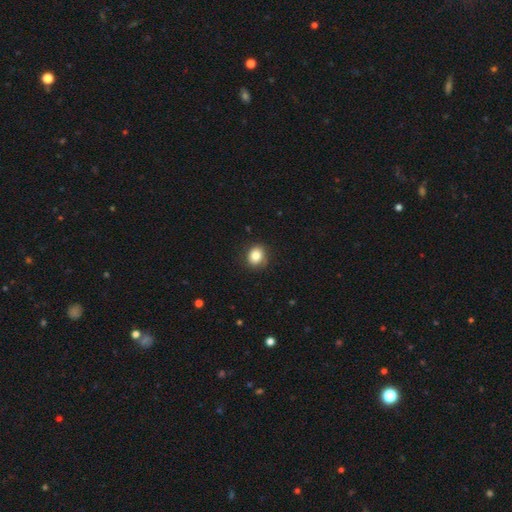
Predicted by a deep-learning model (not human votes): Overall: smooth (83%). How rounded: round (67%; in between 32%). Merging: none (85%).